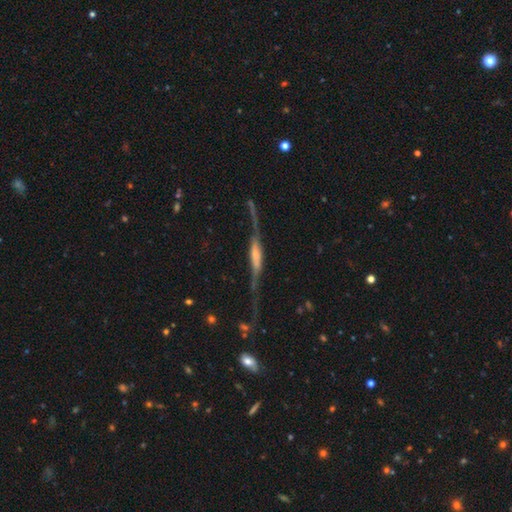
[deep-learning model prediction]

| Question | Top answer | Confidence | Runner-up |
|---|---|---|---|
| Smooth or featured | featured or disk | 76% | smooth (18%) |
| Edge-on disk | yes | 71% | no (29%) |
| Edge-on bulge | boxy | 44% | rounded (40%) |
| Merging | none | 41% | major disturbance (32%) |